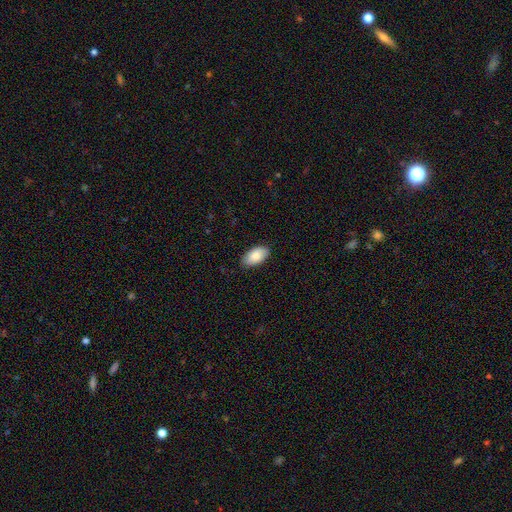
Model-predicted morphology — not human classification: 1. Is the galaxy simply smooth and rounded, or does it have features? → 82% smooth, 12% featured or disk, 6% star or artifact.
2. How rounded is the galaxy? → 95% in between, 3% round, 2% cigar-shaped.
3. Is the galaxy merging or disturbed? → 86% none, 11% minor disturbance, 2% major disturbance, 1% merger.